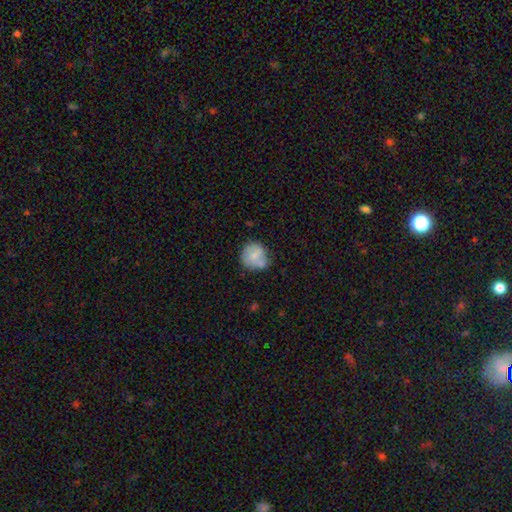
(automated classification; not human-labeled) A smooth galaxy with no disk features (63%) that is round (85%).

Vote fractions:
- Smooth or featured? smooth: 63% / featured or disk: 30% / star or artifact: 7%
- How rounded? round: 85% / in between: 14% / cigar-shaped: 1%
- Merging? none: 57% / minor disturbance: 25% / merger: 11% / major disturbance: 8%